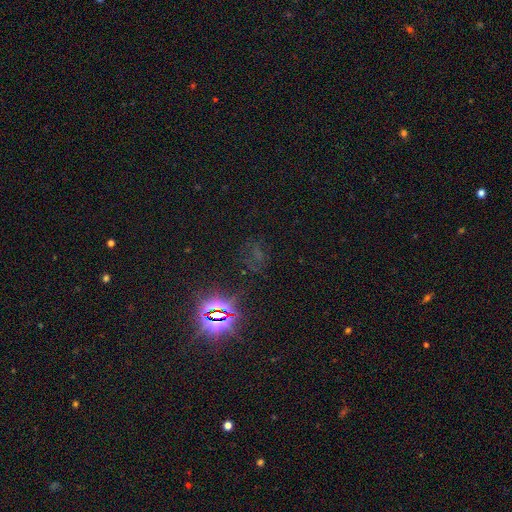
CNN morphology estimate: The model was most divided on "smooth or featured": star or artifact: 75%, smooth: 16%, featured or disk: 9%.